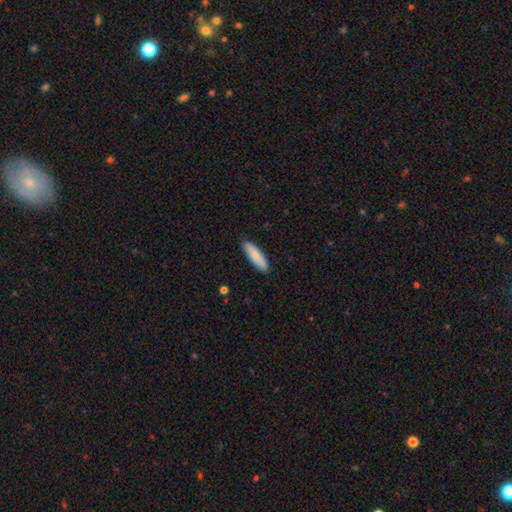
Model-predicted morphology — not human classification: type=smooth (83%); roundness=cigar-shaped (61%); merging=none (88%).